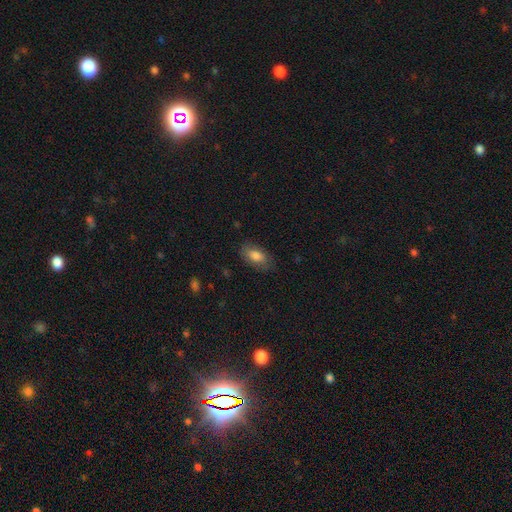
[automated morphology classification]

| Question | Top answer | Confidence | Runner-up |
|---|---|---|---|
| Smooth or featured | smooth | 81% | featured or disk (12%) |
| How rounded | in between | 90% | round (5%) |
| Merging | none | 79% | minor disturbance (15%) |